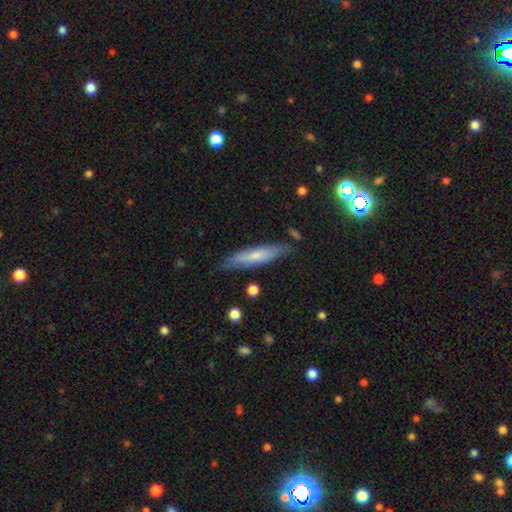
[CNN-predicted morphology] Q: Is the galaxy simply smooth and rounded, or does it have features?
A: smooth — 64%.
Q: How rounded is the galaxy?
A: cigar-shaped — 84%.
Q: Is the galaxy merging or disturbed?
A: none — 79%.